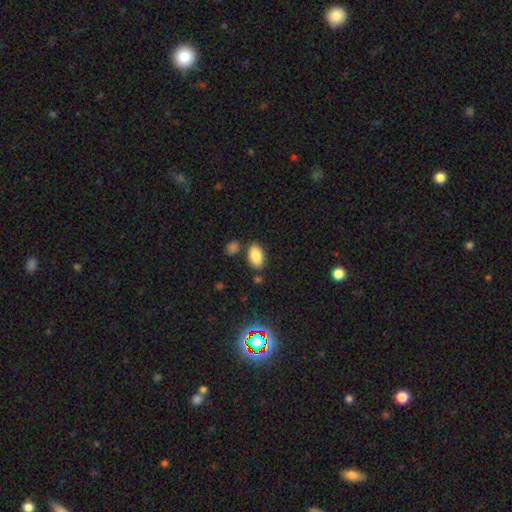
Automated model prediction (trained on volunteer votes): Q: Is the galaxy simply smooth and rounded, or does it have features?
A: smooth — 85%.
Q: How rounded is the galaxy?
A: in between — 93%.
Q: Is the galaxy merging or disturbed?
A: none — 77%.